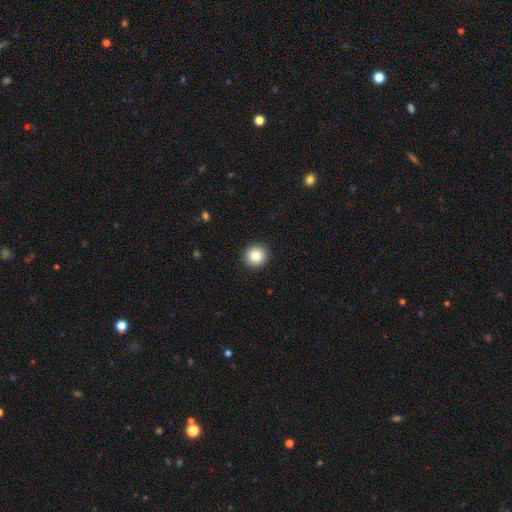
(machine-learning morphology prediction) smooth_or_featured: smooth (p=0.85) [alt: star or artifact p=0.09]
how_rounded: round (p=0.93) [alt: in between p=0.06]
merging: none (p=0.93) [alt: minor disturbance p=0.05]